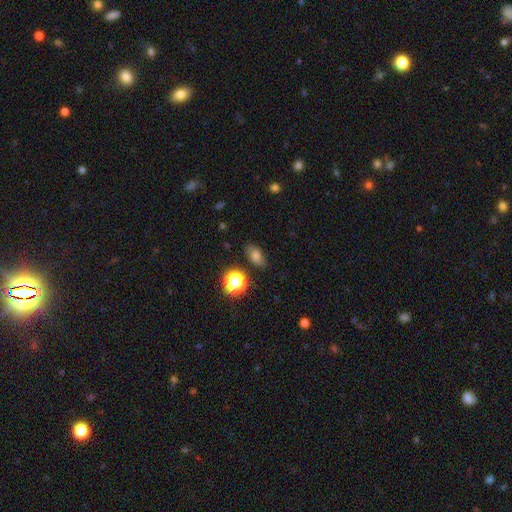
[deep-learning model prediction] smooth 68%, star or artifact 18%, featured or disk 14%. Down the decision tree: how rounded — in between (78%); merging — none (80%).